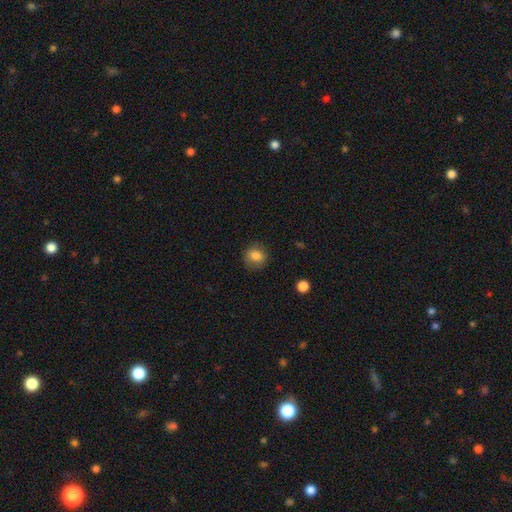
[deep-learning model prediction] Smooth or featured? Predicted: smooth (p=0.83). How rounded? Predicted: round (p=0.69). Merging? Predicted: none (p=0.81).